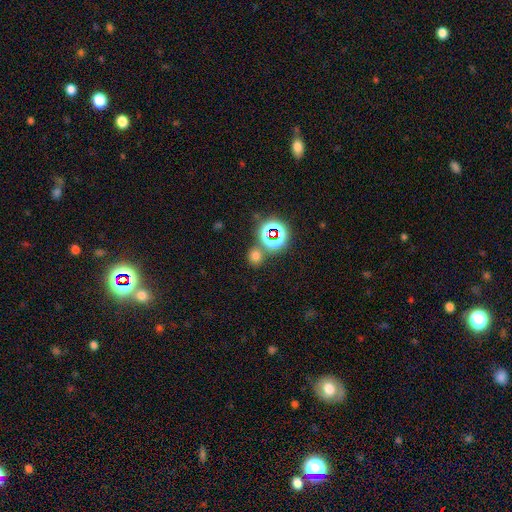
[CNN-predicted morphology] Q: Smooth or featured?
A: smooth (61%); runner-up: star or artifact (33%)
Q: How rounded?
A: round (77%); runner-up: in between (21%)
Q: Merging?
A: none (73%); runner-up: merger (15%)